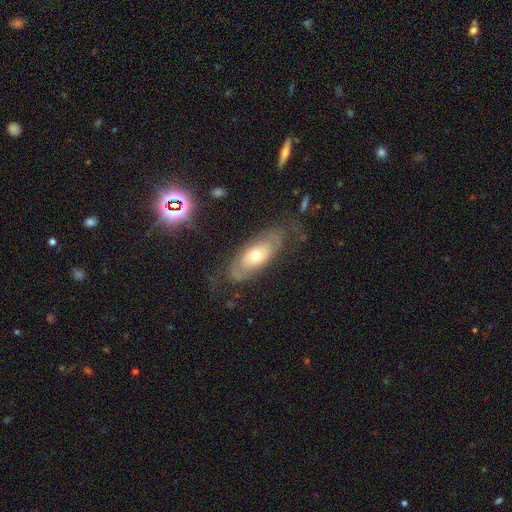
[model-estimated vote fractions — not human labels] Smooth or featured? Predicted: featured or disk (p=0.56). Edge-on disk? Predicted: no (p=0.83). Merging? Predicted: none (p=0.67).